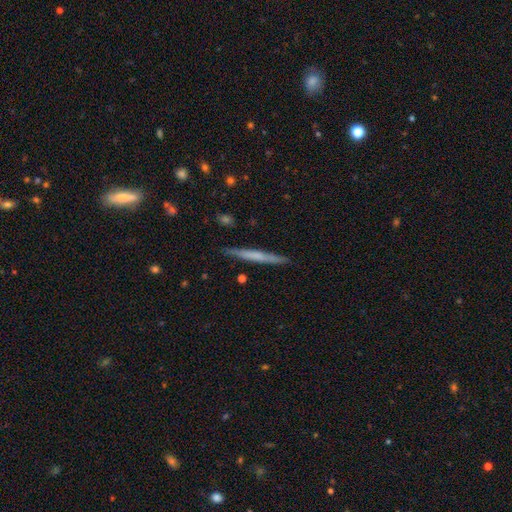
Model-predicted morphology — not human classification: type=smooth (48%); merging=none (89%).